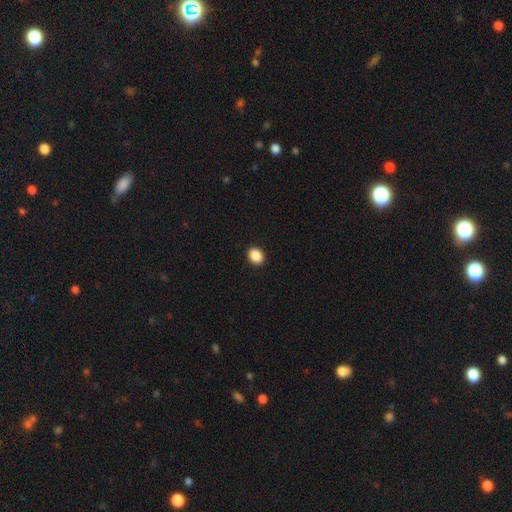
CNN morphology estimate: Overall: smooth (89%). How rounded: in between (58%; round 41%). Merging: none (92%).